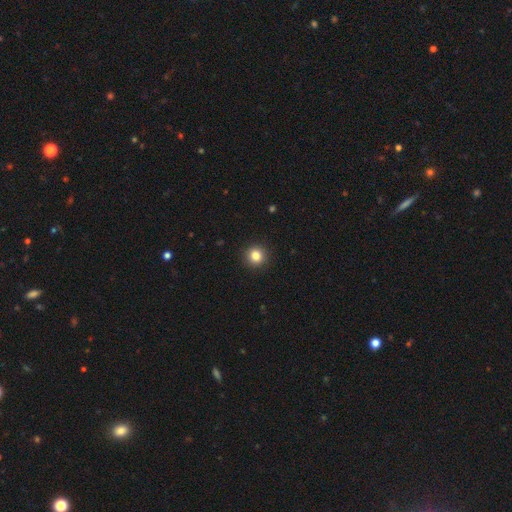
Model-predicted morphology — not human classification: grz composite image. It shows a smooth galaxy with no disk features (83%) that is round (93%). Merging: none (92%).